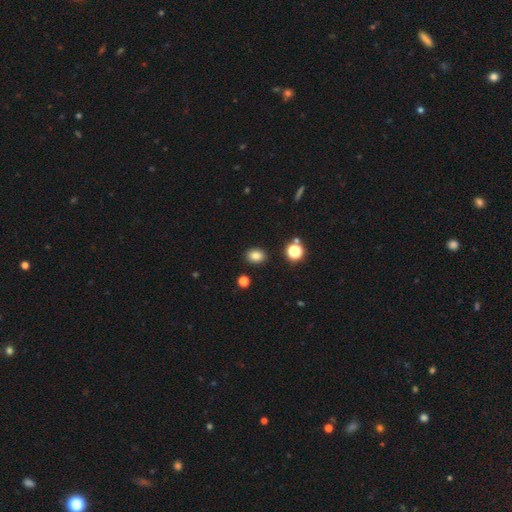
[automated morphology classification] Q: Smooth or featured?
A: smooth (82%); runner-up: star or artifact (13%)
Q: How rounded?
A: in between (54%); runner-up: round (45%)
Q: Merging?
A: none (88%); runner-up: minor disturbance (7%)